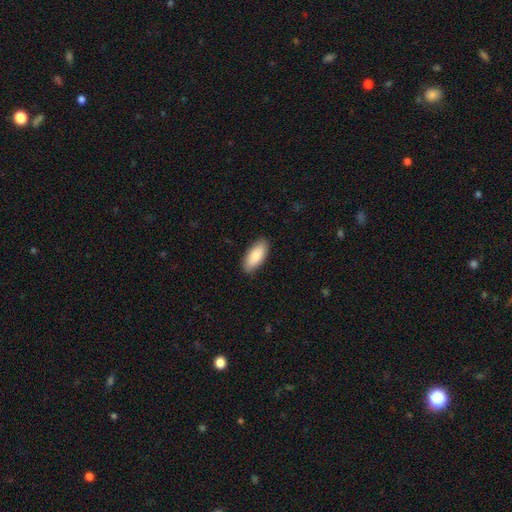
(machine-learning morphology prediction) The model was most divided on "how rounded": in between: 86%, cigar-shaped: 12%, round: 2%. More confident: merging — none (88%); smooth or featured — smooth (86%).